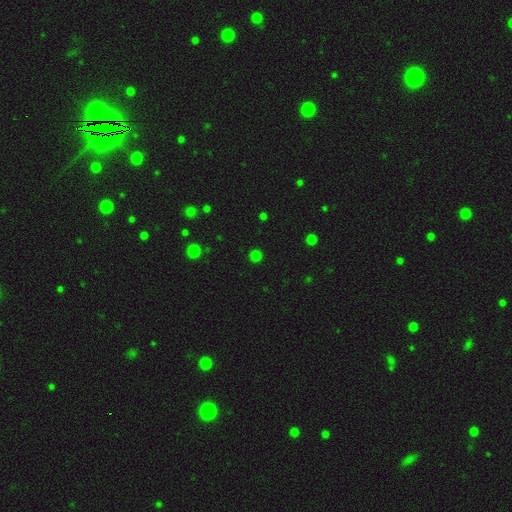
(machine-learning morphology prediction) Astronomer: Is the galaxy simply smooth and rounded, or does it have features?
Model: smooth — 75%.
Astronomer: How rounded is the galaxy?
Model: round — 94%.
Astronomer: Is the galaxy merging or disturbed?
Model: none — 91%.